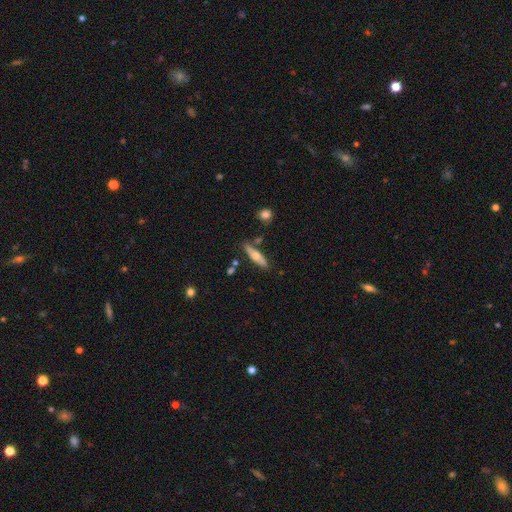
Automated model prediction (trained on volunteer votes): A smooth galaxy with no disk features (48%).

Vote fractions:
- Smooth or featured? smooth: 48% / featured or disk: 47% / star or artifact: 6%
- Merging? none: 78% / minor disturbance: 13% / merger: 6% / major disturbance: 3%